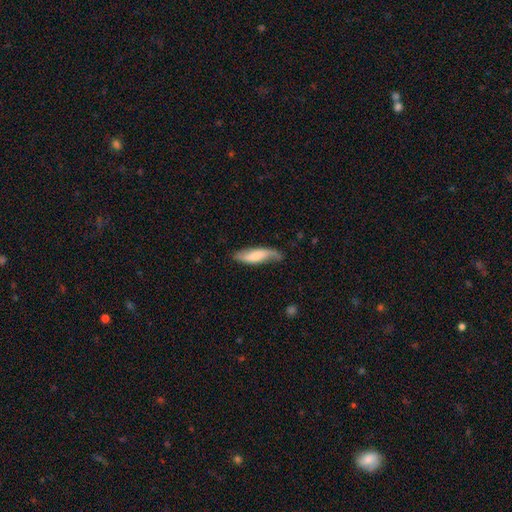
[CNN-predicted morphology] This is possibly a smooth galaxy (53%). How rounded: possibly cigar-shaped (57%). Merging: likely none (61%).